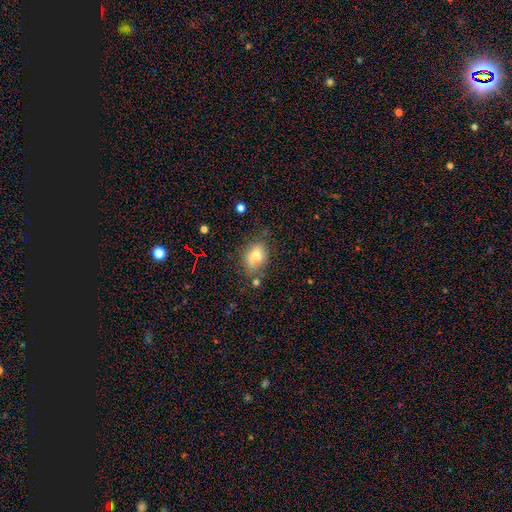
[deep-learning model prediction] This is likely a smooth galaxy (73%). How rounded: likely in between (66%). Merging: likely none (63%).